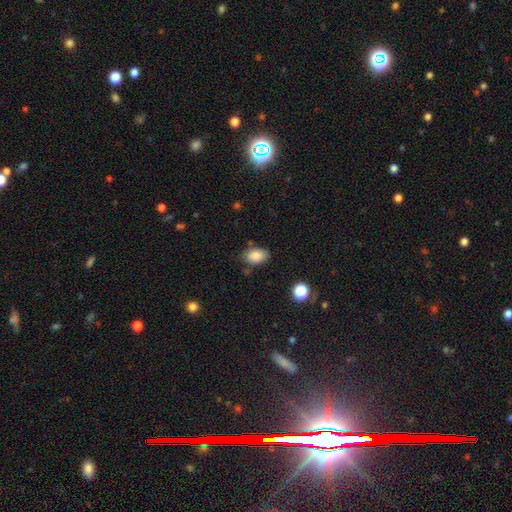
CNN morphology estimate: Smooth or featured: smooth — 86% (star or artifact — 8%)
How rounded: in between — 89% (round — 10%)
Merging: none — 76% (minor disturbance — 17%)